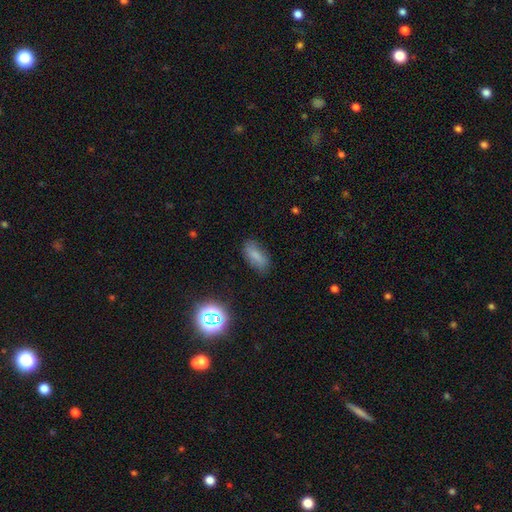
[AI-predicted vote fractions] smooth_or_featured: smooth (p=0.77) [alt: featured or disk p=0.12]
how_rounded: in between (p=0.85) [alt: cigar-shaped p=0.11]
merging: none (p=0.77) [alt: minor disturbance p=0.17]